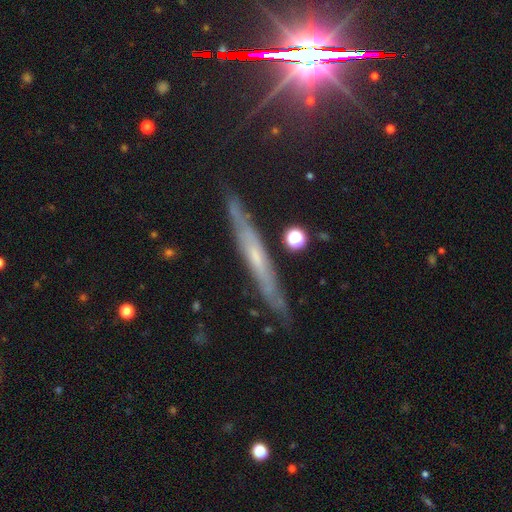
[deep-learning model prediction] Q: Smooth or featured?
A: featured or disk (62%); runner-up: smooth (29%)
Q: Edge-on disk?
A: yes (86%); runner-up: no (14%)
Q: Edge-on bulge?
A: none (65%); runner-up: rounded (28%)
Q: Merging?
A: none (82%); runner-up: minor disturbance (14%)